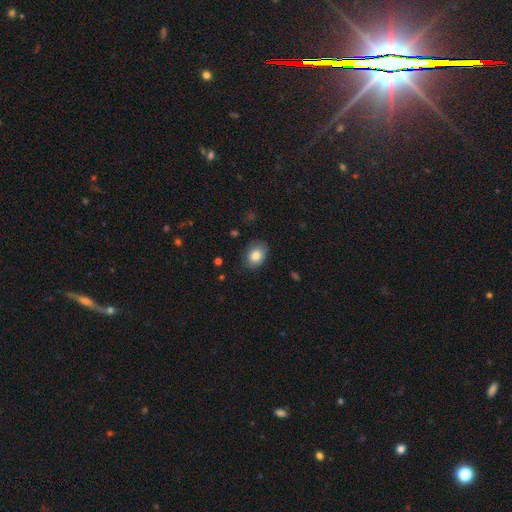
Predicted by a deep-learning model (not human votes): Smooth or featured: smooth — 82% (featured or disk — 11%)
How rounded: in between — 68% (round — 31%)
Merging: none — 80% (minor disturbance — 15%)